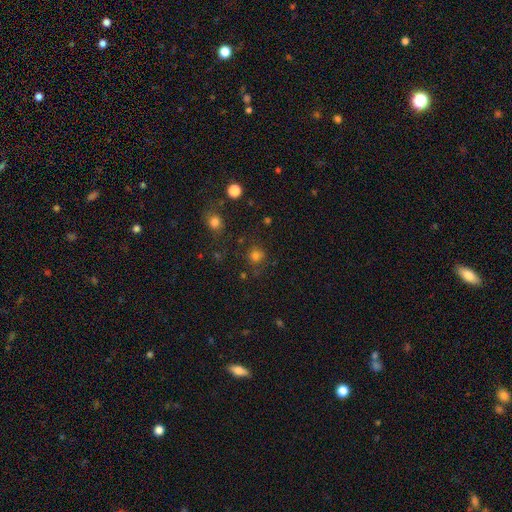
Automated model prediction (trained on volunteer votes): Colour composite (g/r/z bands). It shows a smooth galaxy with no disk features (72%) that is round (84%). Merging: none (71%).